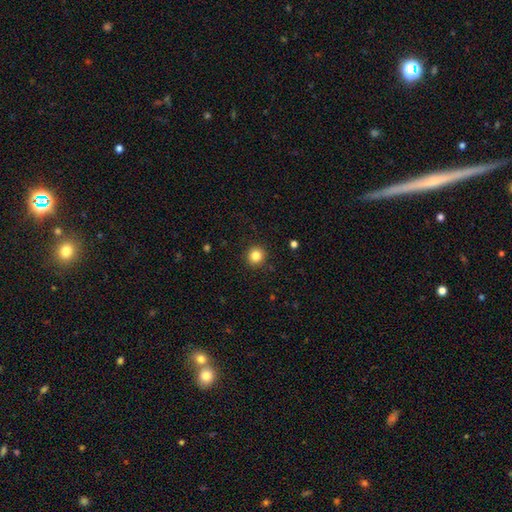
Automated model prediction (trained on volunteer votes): Morphology: type=smooth (83%); roundness=round (92%); merging=none (92%).